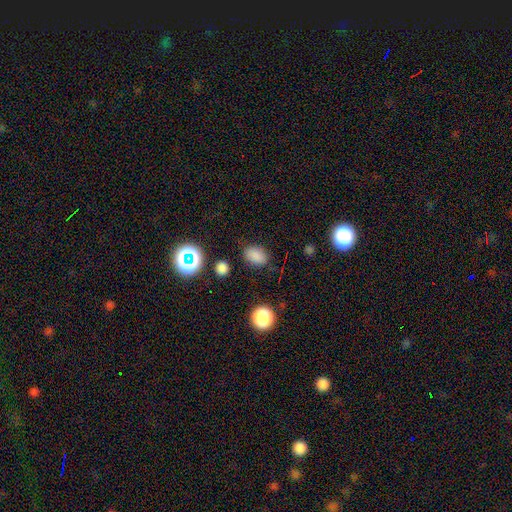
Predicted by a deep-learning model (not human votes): smooth-or-featured: smooth: 81% | star or artifact: 14% | featured or disk: 5%
  how-rounded: in between: 80% | round: 19% | cigar-shaped: 1%
  merging: none: 82% | minor disturbance: 13% | major disturbance: 4% | merger: 2%